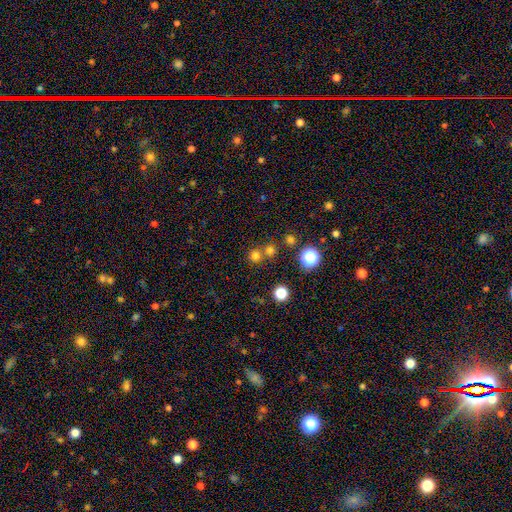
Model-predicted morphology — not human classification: Q: Smooth or featured?
A: smooth (71%); runner-up: star or artifact (22%)
Q: How rounded?
A: round (93%); runner-up: in between (6%)
Q: Merging?
A: none (66%); runner-up: merger (26%)